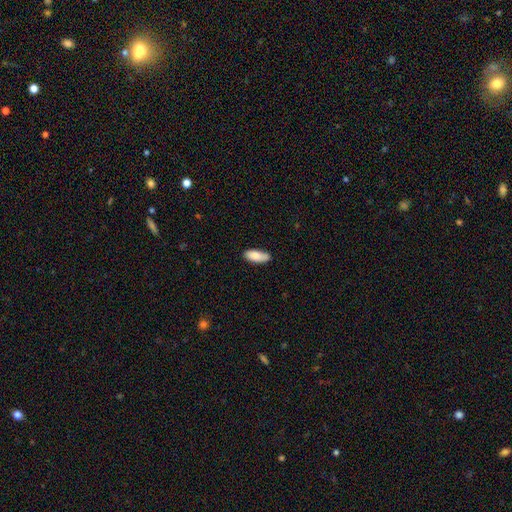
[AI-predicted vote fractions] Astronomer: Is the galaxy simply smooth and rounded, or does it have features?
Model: smooth — 85%.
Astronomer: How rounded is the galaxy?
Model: in between — 81%.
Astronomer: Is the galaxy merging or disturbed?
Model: none — 78%.